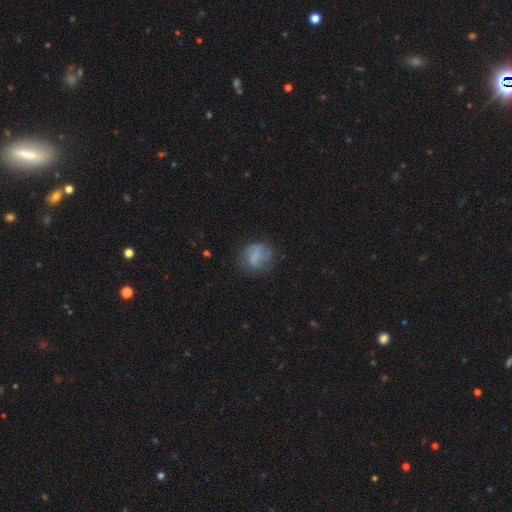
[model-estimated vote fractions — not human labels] A smooth galaxy with no disk features (51%) that is round (68%).

Vote fractions:
- Smooth or featured? smooth: 51% / featured or disk: 40% / star or artifact: 9%
- How rounded? round: 68% / in between: 31% / cigar-shaped: 2%
- Merging? none: 63% / minor disturbance: 23% / major disturbance: 12% / merger: 2%